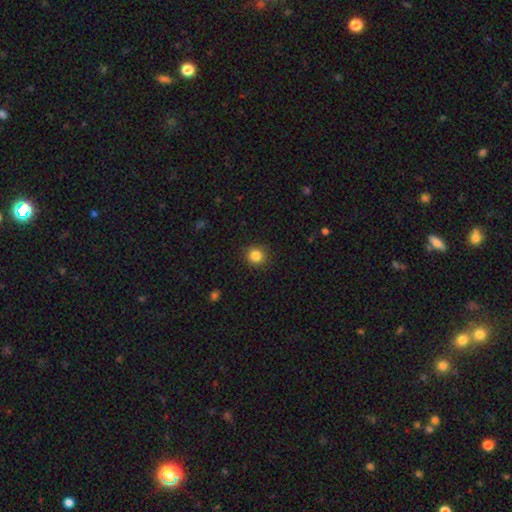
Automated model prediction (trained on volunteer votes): Smooth or featured? smooth (85%)
How rounded? round (91%)
Merging? none (90%)